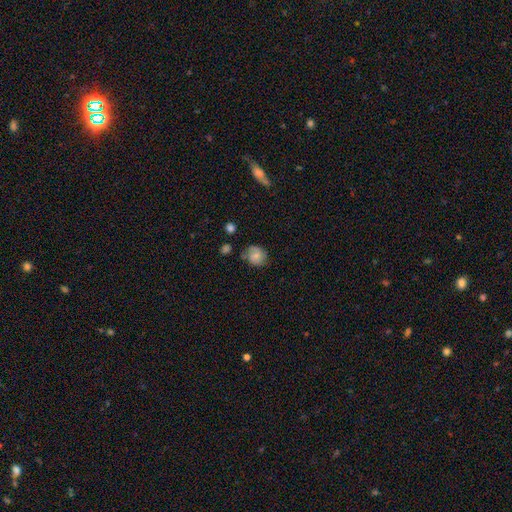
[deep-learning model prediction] Morphology: type=smooth (56%); roundness=round (71%); merging=none (64%).